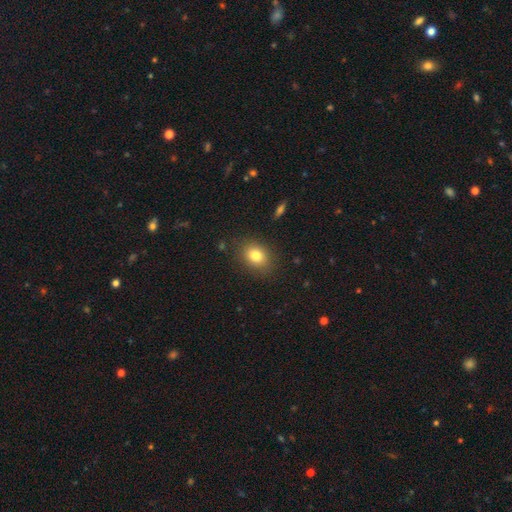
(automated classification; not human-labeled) Smooth or featured: smooth — 80% (star or artifact — 10%)
How rounded: in between — 62% (round — 37%)
Merging: none — 85% (minor disturbance — 11%)